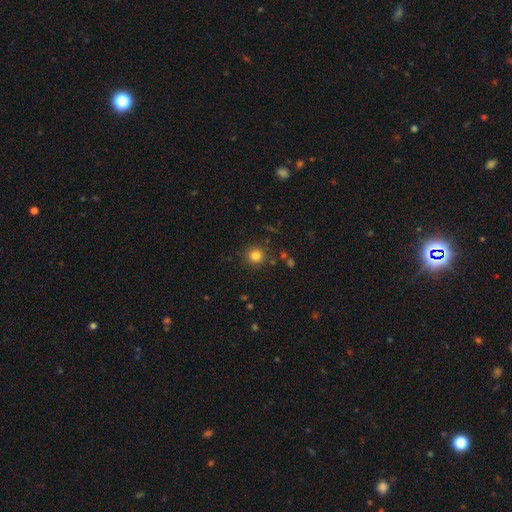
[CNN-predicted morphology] This is clearly a smooth galaxy (80%). How rounded: clearly round (93%). Merging: clearly none (87%).